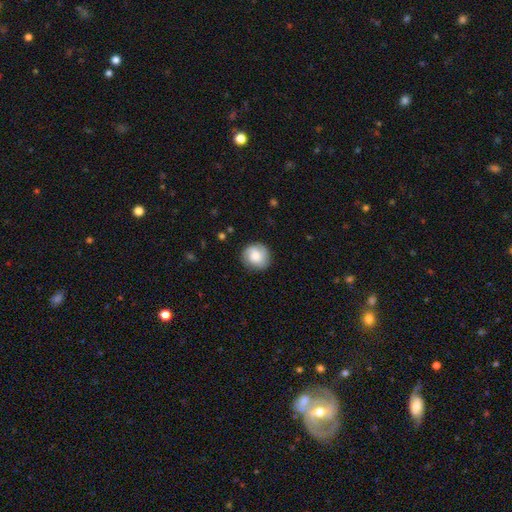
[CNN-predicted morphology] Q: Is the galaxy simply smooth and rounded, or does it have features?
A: smooth — 67%.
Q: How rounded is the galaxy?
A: round — 89%.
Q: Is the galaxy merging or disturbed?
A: none — 82%.